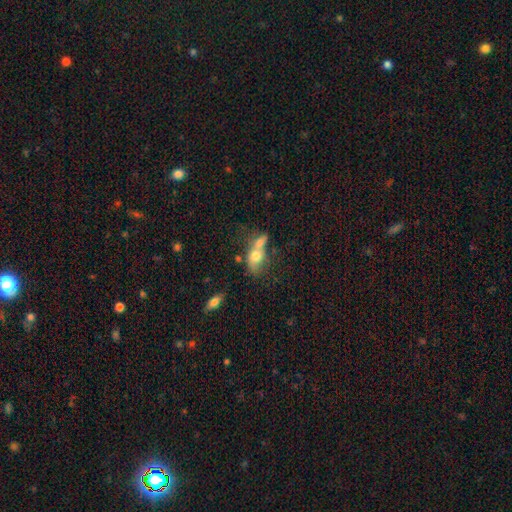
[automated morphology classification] Smooth or featured: smooth — 68% (featured or disk — 22%)
How rounded: in between — 66% (round — 29%)
Merging: merger — 61% (none — 20%)